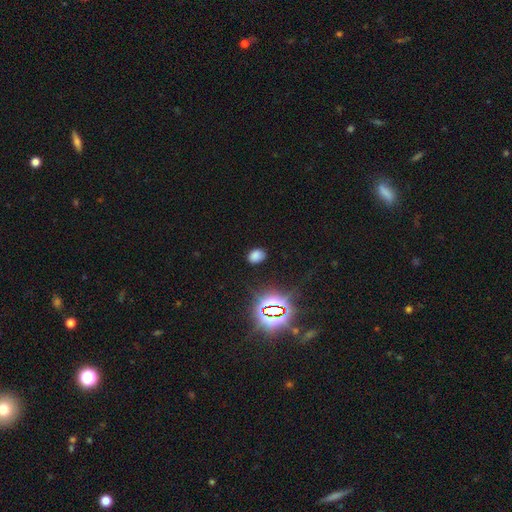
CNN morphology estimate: smooth_or_featured: smooth (p=0.69) [alt: star or artifact p=0.25]
how_rounded: in between (p=0.71) [alt: round p=0.28]
merging: none (p=0.83) [alt: minor disturbance p=0.12]